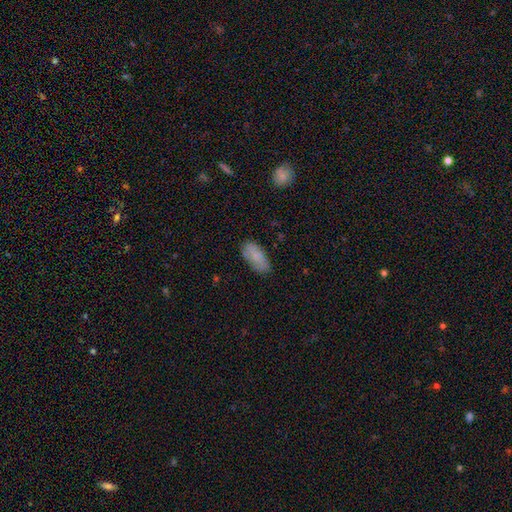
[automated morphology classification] The model was most divided on "merging": none: 76%, minor disturbance: 18%, major disturbance: 4%, merger: 2%. More confident: how rounded — in between (88%); smooth or featured — smooth (78%).